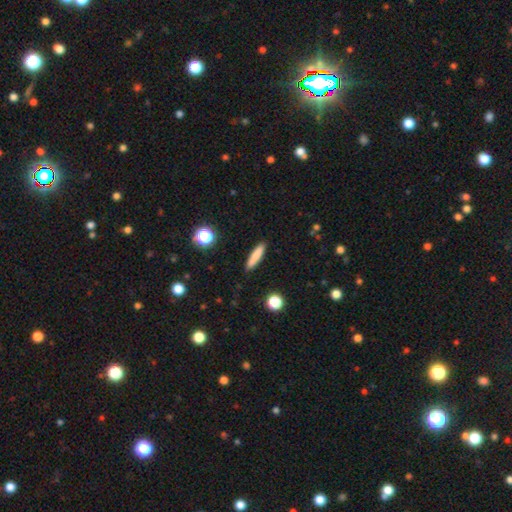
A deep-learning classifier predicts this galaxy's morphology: A smooth galaxy with no disk features (81%) that is cigar-shaped (85%). Merging: none (90%).